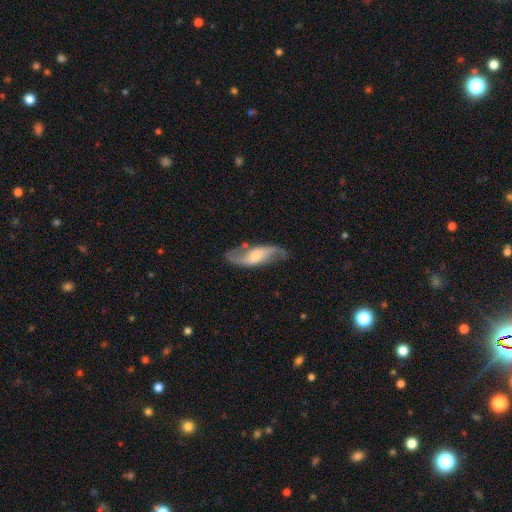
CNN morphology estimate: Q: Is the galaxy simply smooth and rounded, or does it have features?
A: featured or disk — 84%.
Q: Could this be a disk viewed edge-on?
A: no — 89%.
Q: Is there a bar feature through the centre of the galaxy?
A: no — 43%.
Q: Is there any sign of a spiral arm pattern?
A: yes — 95%.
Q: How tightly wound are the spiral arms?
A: loose — 67%.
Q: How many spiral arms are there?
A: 2 — 92%.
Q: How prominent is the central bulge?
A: moderate — 50%.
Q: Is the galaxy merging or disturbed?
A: none — 76%.